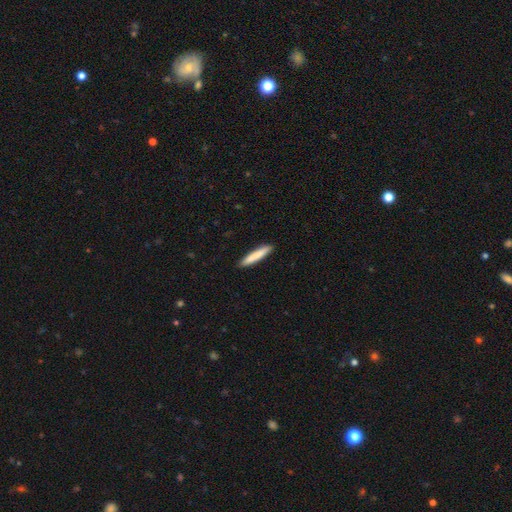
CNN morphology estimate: smooth_or_featured: smooth (p=0.83) [alt: featured or disk p=0.12]
how_rounded: cigar-shaped (p=0.93) [alt: in between p=0.06]
merging: none (p=0.91) [alt: minor disturbance p=0.06]